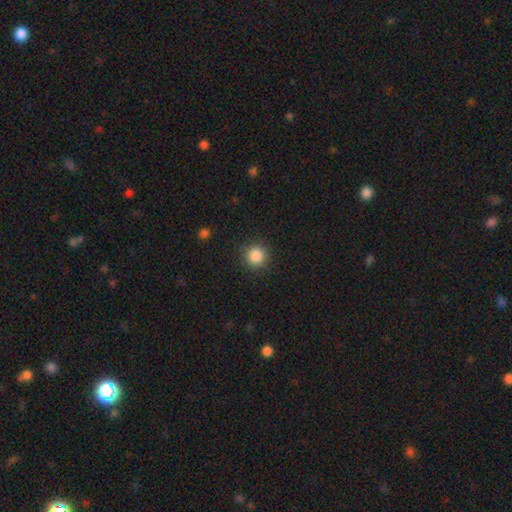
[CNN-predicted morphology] smooth-or-featured: smooth: 87% | star or artifact: 10% | featured or disk: 3%
  how-rounded: round: 95% | in between: 5% | cigar-shaped: 1%
  merging: none: 90% | minor disturbance: 7% | major disturbance: 2% | merger: 1%